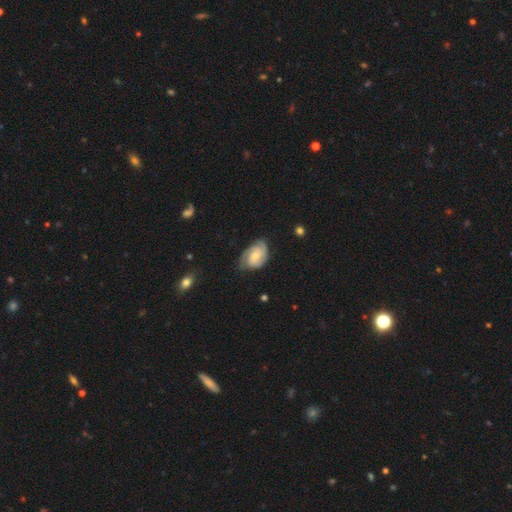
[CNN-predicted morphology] smooth_or_featured: featured or disk (p=0.71) [alt: smooth p=0.23]
disk_edge_on: no (p=0.97) [alt: yes p=0.03]
bar: no (p=0.63) [alt: weak p=0.32]
has_spiral_arms: yes (p=0.95) [alt: no p=0.05]
spiral_winding: tight (p=0.51) [alt: medium p=0.39]
spiral_arm_count: 2 (p=0.34) [alt: 3 p=0.33]
bulge_size: moderate (p=0.42) [alt: small p=0.40]
merging: none (p=0.63) [alt: minor disturbance p=0.26]